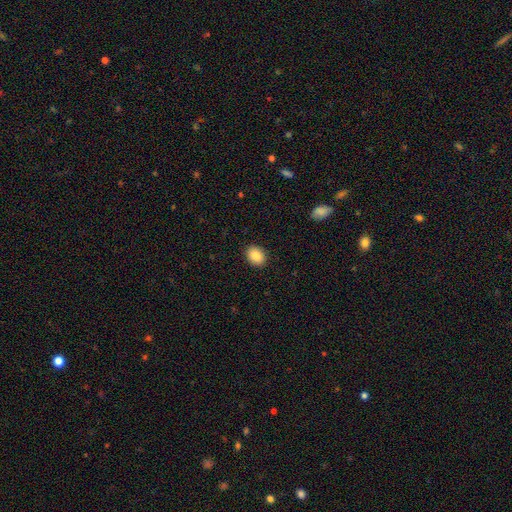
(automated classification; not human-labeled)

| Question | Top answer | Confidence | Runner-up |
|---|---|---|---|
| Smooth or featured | smooth | 89% | star or artifact (8%) |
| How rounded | in between | 62% | round (37%) |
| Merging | none | 90% | minor disturbance (7%) |